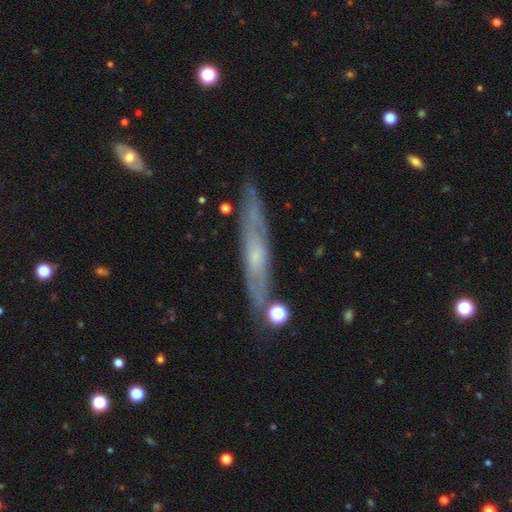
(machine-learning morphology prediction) A featured or disk galaxy (66%) viewed edge-on (74%). Merging: none (82%).